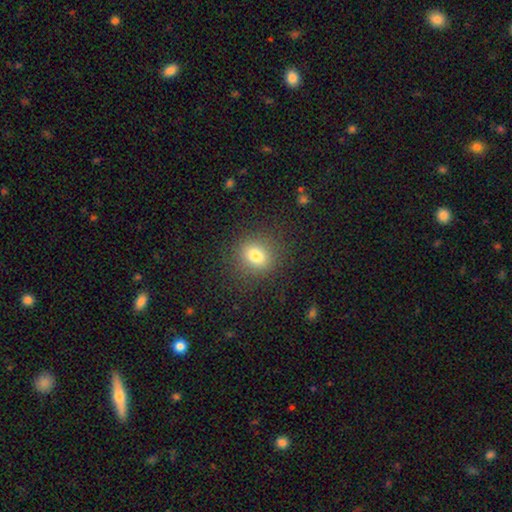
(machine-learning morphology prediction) smooth 79%, star or artifact 13%, featured or disk 8%. Down the decision tree: how rounded — round (67%); merging — none (86%).